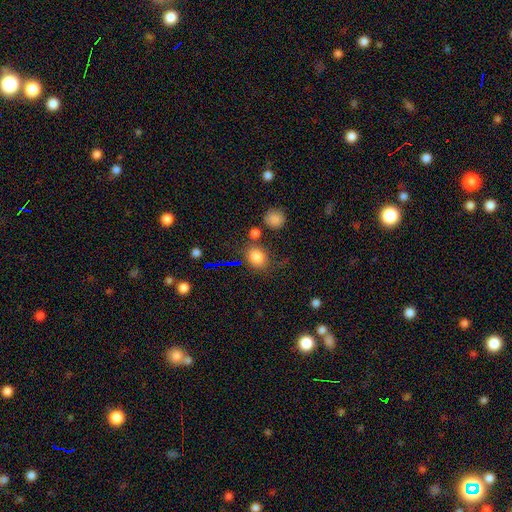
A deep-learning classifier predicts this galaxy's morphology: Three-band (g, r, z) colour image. It shows a smooth galaxy with no disk features (79%) that is round (56%). Merging: none (69%).